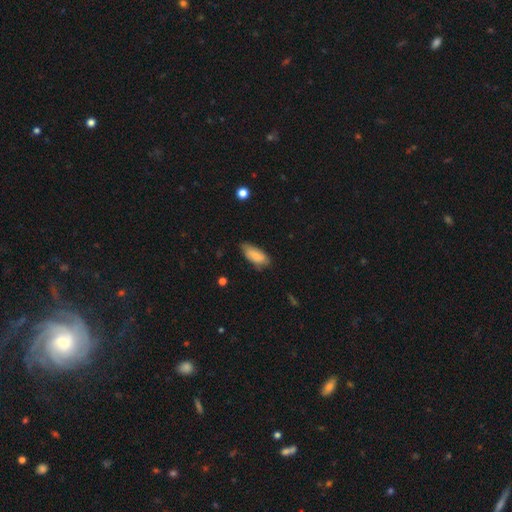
A smooth galaxy with no disk features (79%) that is in between round and cigar-shaped (90%).

Vote fractions:
- Smooth or featured? smooth: 79% / featured or disk: 13% / star or artifact: 8%
- How rounded? in between: 90% / round: 6% / cigar-shaped: 3%
- Merging? minor disturbance: 50% / none: 44% / major disturbance: 6% / merger: 0%